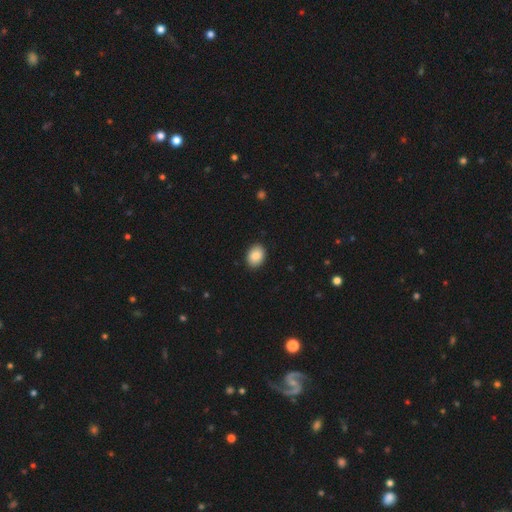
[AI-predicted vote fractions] A smooth galaxy with no disk features (88%) that is in between round and cigar-shaped (72%).

Vote fractions:
- Smooth or featured? smooth: 88% / star or artifact: 7% / featured or disk: 4%
- How rounded? in between: 72% / round: 28% / cigar-shaped: 1%
- Merging? none: 90% / minor disturbance: 7% / major disturbance: 2% / merger: 1%